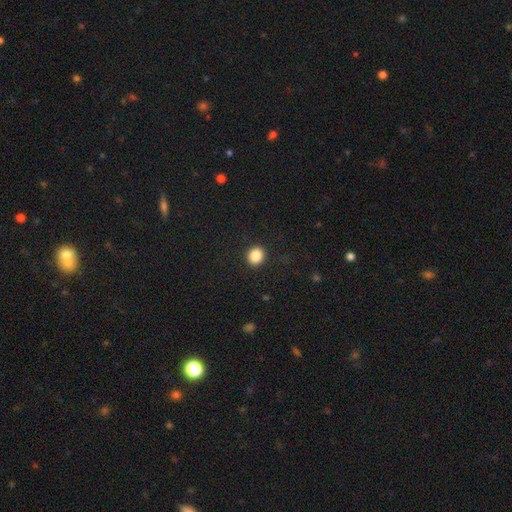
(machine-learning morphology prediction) smooth_or_featured: smooth (p=0.87) [alt: star or artifact p=0.10]
how_rounded: round (p=0.81) [alt: in between p=0.18]
merging: none (p=0.91) [alt: minor disturbance p=0.06]